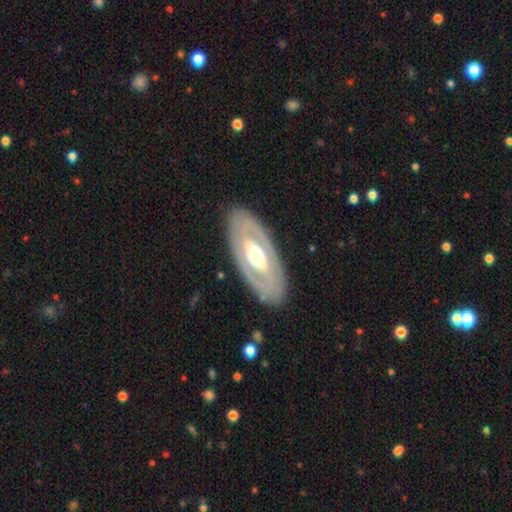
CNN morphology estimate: This is likely a featured or disk galaxy (71%). It is clearly not viewed edge-on (86%). Bar: possibly no (59%). Spiral arm pattern: likely no (71%). Central bulge: likely moderate (64%). Merging: clearly none (85%).